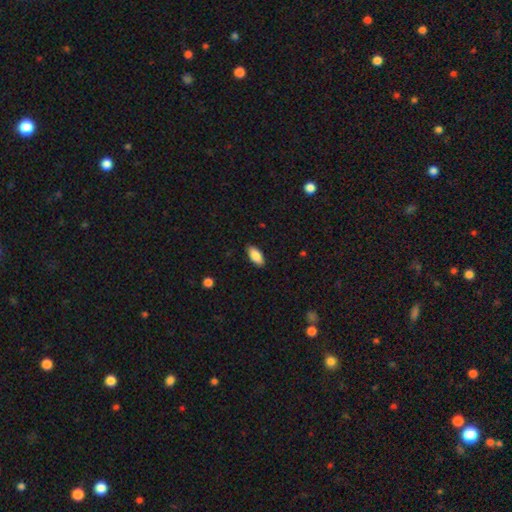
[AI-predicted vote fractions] Morphology: type=smooth (86%); roundness=in between (87%); merging=none (89%).